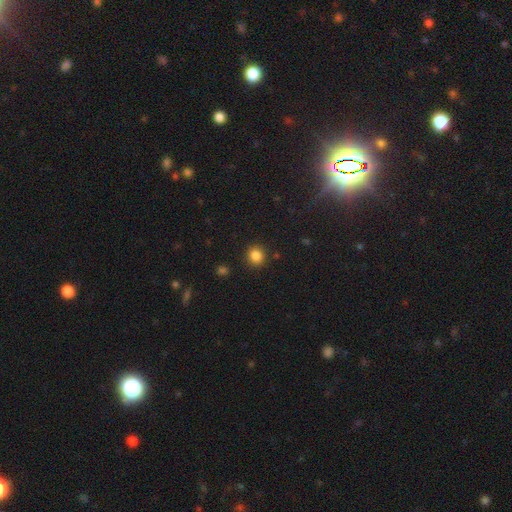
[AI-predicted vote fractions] A smooth galaxy with no disk features (85%) that is round (88%). Merging: none (90%).